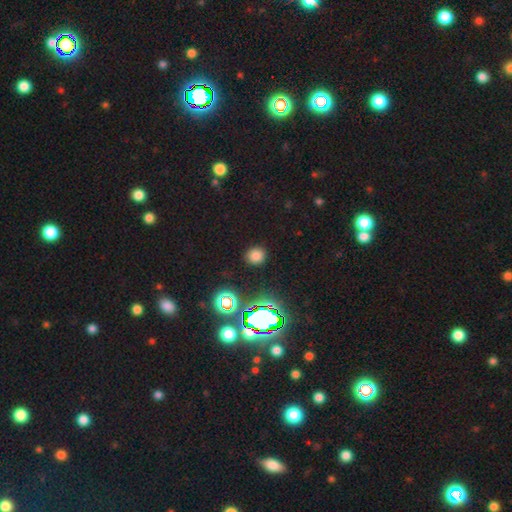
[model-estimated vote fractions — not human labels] smooth 71%, star or artifact 23%, featured or disk 5%. Down the decision tree: how rounded — round (87%); merging — none (89%).